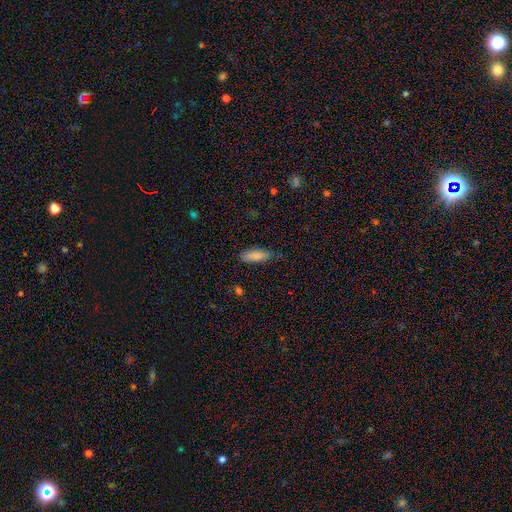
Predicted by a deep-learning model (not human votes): smooth_or_featured: smooth (p=0.84) [alt: featured or disk p=0.10]
how_rounded: in between (p=0.65) [alt: cigar-shaped p=0.33]
merging: none (p=0.72) [alt: minor disturbance p=0.23]